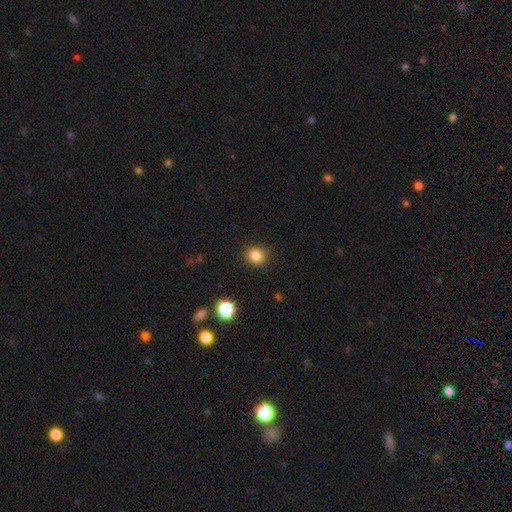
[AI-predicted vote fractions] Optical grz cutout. It shows a smooth galaxy with no disk features (84%) that is round (87%). Merging: none (87%).